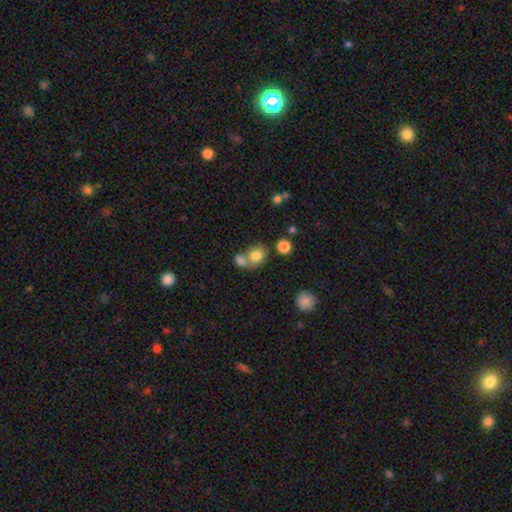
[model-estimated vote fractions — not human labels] Smooth or featured: smooth — 79% (star or artifact — 11%)
How rounded: round — 72% (in between — 27%)
Merging: merger — 48% (none — 40%)